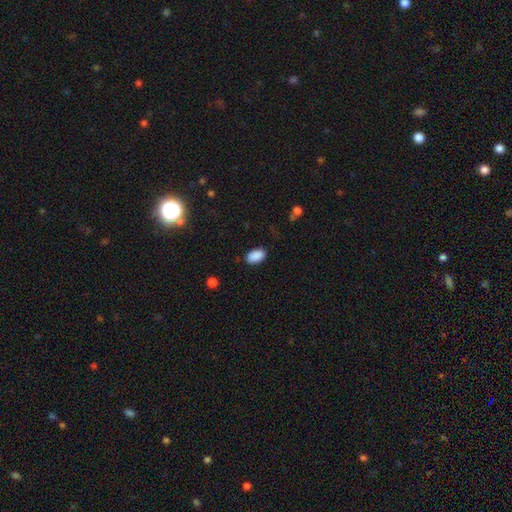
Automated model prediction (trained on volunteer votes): The model was most divided on "merging": none: 86%, minor disturbance: 11%, major disturbance: 3%, merger: 1%. More confident: how rounded — in between (94%); smooth or featured — smooth (89%).